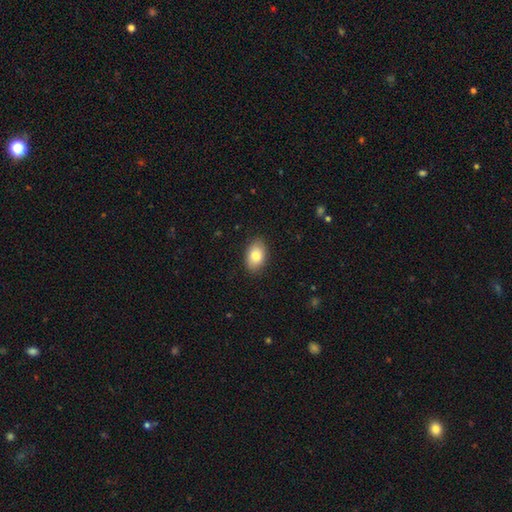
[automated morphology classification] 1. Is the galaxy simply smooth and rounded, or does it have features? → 83% smooth, 10% featured or disk, 7% star or artifact.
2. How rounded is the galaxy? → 89% in between, 10% round, 1% cigar-shaped.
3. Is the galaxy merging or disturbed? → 87% none, 10% minor disturbance, 2% major disturbance, 1% merger.